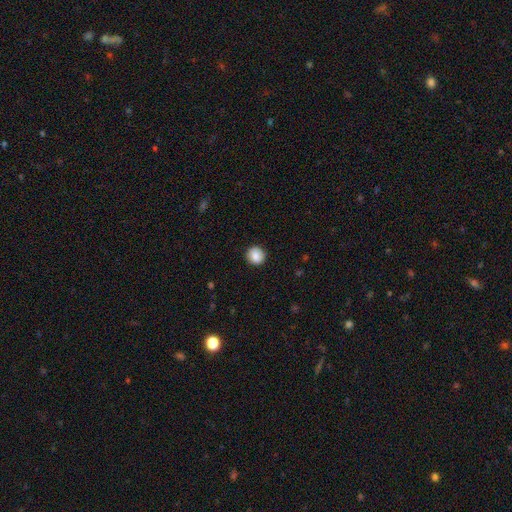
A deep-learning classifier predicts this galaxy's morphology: Smooth or featured?
  - smooth: 86% *
  - star or artifact: 8%
  - featured or disk: 6%
How rounded?
  - round: 90% *
  - in between: 9%
  - cigar-shaped: 1%
Merging?
  - none: 90% *
  - minor disturbance: 7%
  - major disturbance: 2%
  - merger: 1%